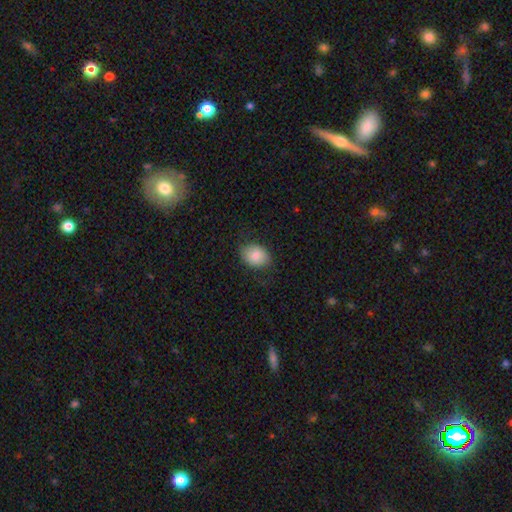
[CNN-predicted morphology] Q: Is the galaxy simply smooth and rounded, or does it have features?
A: smooth — 84%.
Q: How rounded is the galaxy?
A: in between — 60%.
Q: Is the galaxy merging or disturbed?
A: none — 78%.